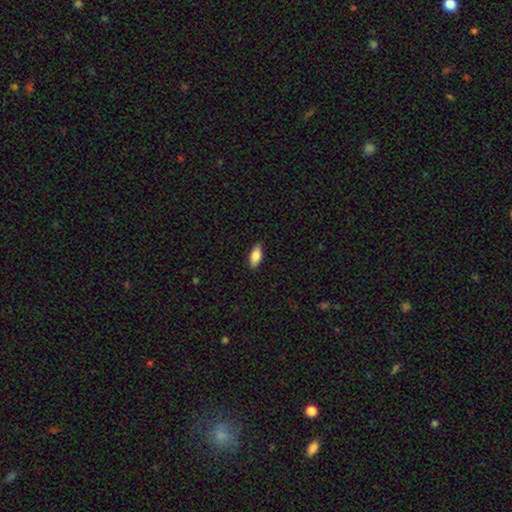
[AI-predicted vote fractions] This appears to be a smooth galaxy with no disk features (84%) that is in between round and cigar-shaped (86%). Merging: none (89%).